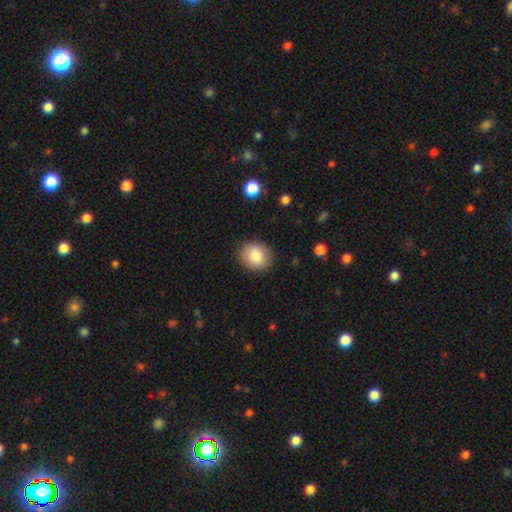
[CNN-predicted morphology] type=smooth (84%); roundness=round (72%); merging=none (87%).